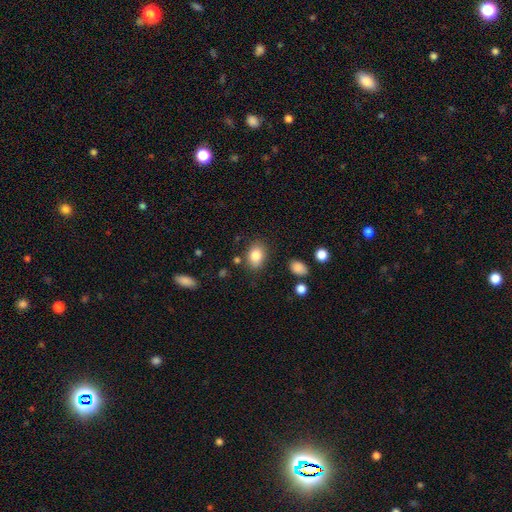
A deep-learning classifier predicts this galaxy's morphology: type=smooth (84%); roundness=in between (72%); merging=none (79%).